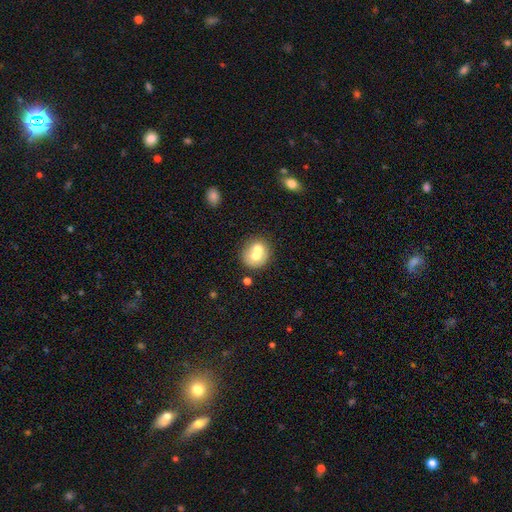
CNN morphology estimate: A smooth galaxy with no disk features (65%) that is round (81%). Merging: merger (54%).